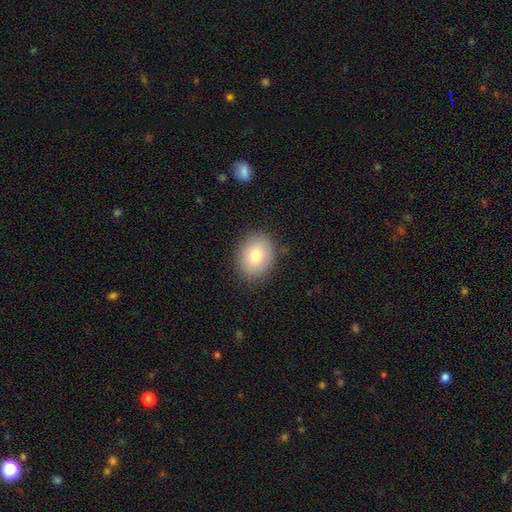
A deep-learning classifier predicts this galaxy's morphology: A smooth galaxy with no disk features (80%) that is round (50%, tied with in between).

Vote fractions:
- Smooth or featured? smooth: 80% / featured or disk: 12% / star or artifact: 8%
- How rounded? round: 50% (tied) / in between: 50% (tied) / cigar-shaped: 1%
- Merging? none: 86% / minor disturbance: 10% / major disturbance: 3% / merger: 1%